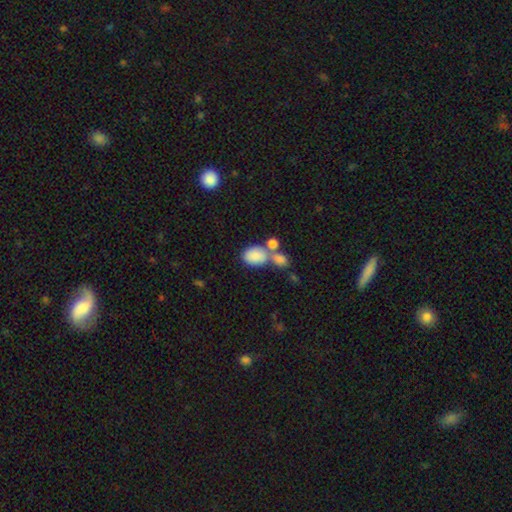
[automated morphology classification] The model was most divided on "merging": merger: 48%, none: 35%, minor disturbance: 12%, major disturbance: 5%. More confident: smooth or featured — smooth (82%); how rounded — in between (79%).